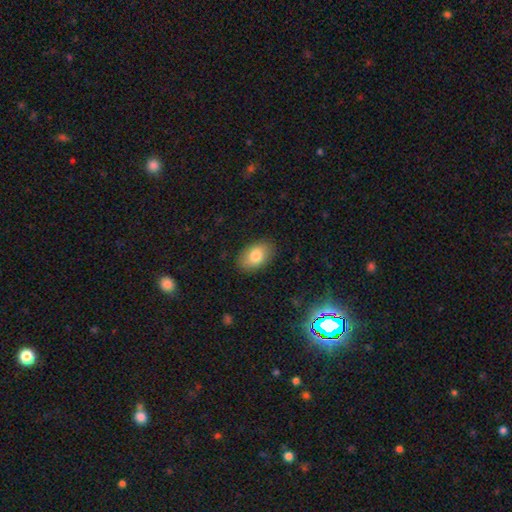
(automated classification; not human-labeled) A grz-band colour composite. It shows a smooth galaxy with no disk features (82%) that is in between round and cigar-shaped (91%). Merging: none (86%).